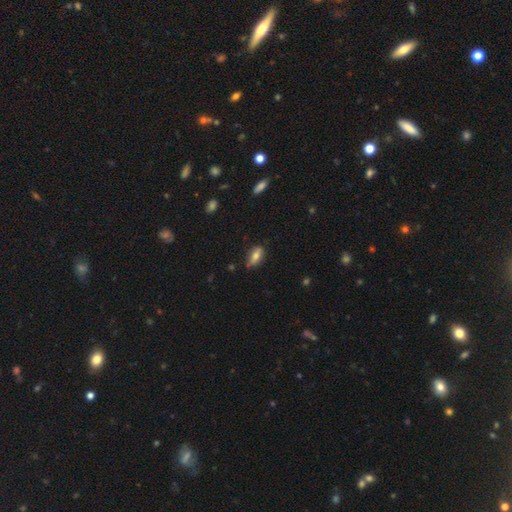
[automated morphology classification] A smooth galaxy with no disk features (64%) that is in between round and cigar-shaped (76%). Merging: none (72%).